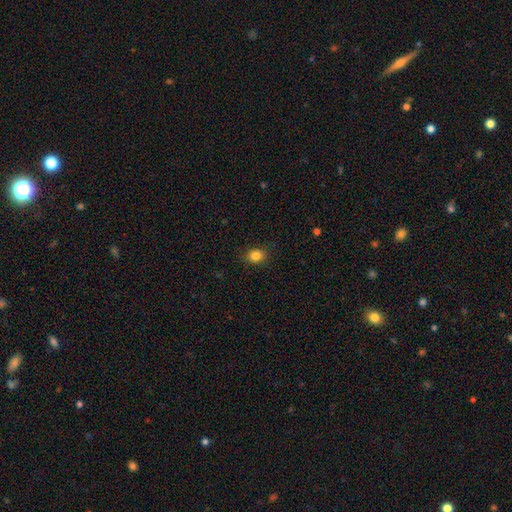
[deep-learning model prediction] Smooth or featured? smooth (84%)
How rounded? in between (53%)
Merging? none (87%)